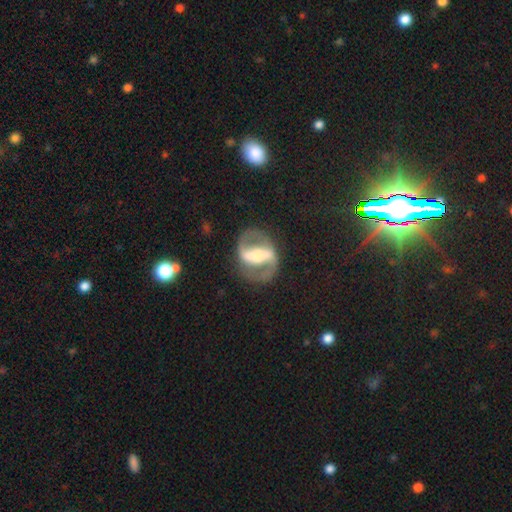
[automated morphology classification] Smooth or featured?
  - featured or disk: 84% *
  - smooth: 10%
  - star or artifact: 5%
Edge-on disk?
  - no: 93% *
  - yes: 7%
Bar?
  - strong: 74% *
  - weak: 17%
  - no: 9%
Spiral arms?
  - yes: 79% *
  - no: 21%
Spiral winding?
  - medium: 51% *
  - loose: 25%
  - tight: 25%
Spiral arm count?
  - 2: 91% *
  - can't tell: 4%
  - 1: 2%
  - 3: 1%
  - 4: 1%
  - more than 4: 1%
Bulge size?
  - moderate: 50% *
  - small: 26%
  - large: 18%
  - none: 4%
  - dominant: 3%
Merging?
  - none: 80% *
  - minor disturbance: 11%
  - major disturbance: 8%
  - merger: 2%